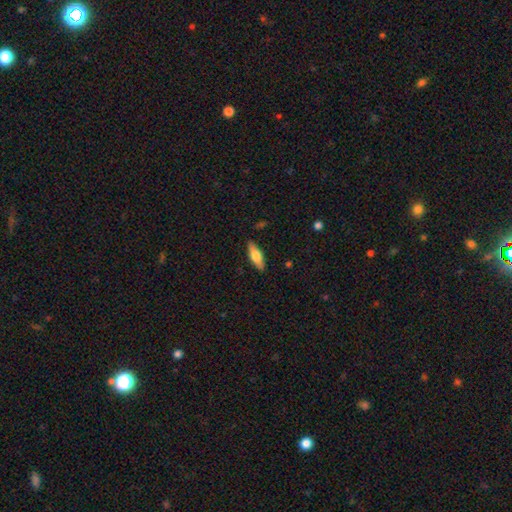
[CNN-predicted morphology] A smooth galaxy with no disk features (55%) that is in between round and cigar-shaped (54%). Merging: none (88%).